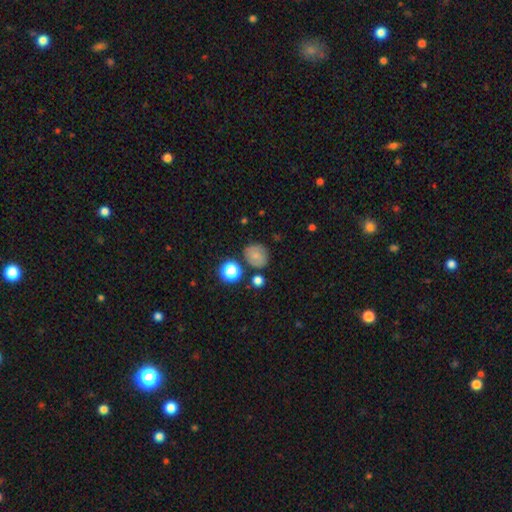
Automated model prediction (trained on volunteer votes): A smooth galaxy with no disk features (70%) that is round (77%).

Vote fractions:
- Smooth or featured? smooth: 70% / featured or disk: 15% / star or artifact: 14%
- How rounded? round: 77% / in between: 22% / cigar-shaped: 1%
- Merging? none: 74% / minor disturbance: 14% / merger: 7% / major disturbance: 4%